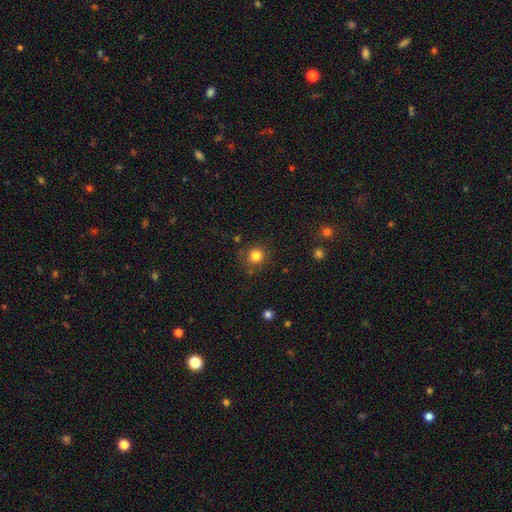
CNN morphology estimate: smooth_or_featured: smooth (p=0.82) [alt: star or artifact p=0.12]
how_rounded: round (p=0.92) [alt: in between p=0.07]
merging: none (p=0.82) [alt: minor disturbance p=0.10]